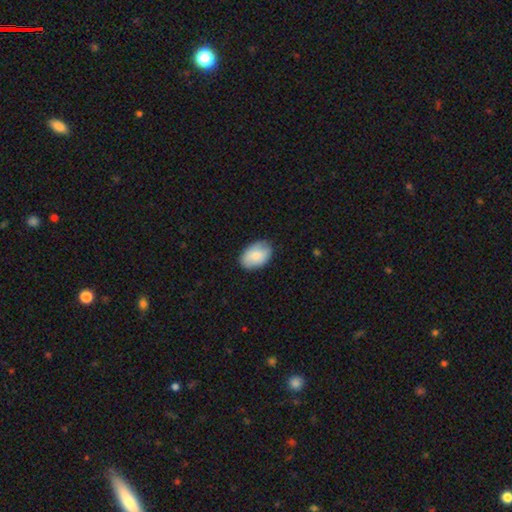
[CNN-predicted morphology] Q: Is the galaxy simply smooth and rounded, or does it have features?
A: smooth — 81%.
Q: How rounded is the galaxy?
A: in between — 89%.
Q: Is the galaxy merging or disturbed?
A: none — 79%.